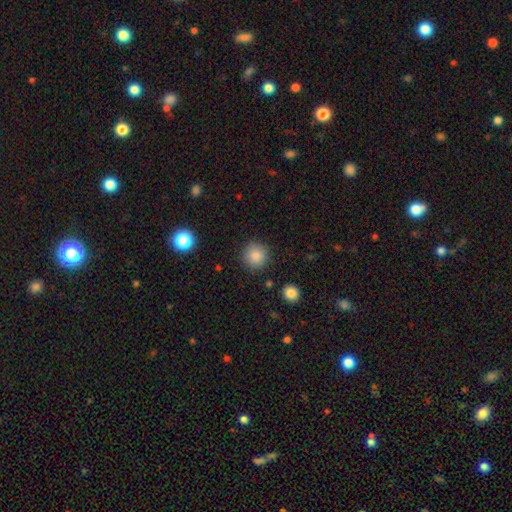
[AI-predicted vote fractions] Smooth or featured?
  - smooth: 86% *
  - star or artifact: 10%
  - featured or disk: 5%
How rounded?
  - round: 94% *
  - in between: 5%
  - cigar-shaped: 1%
Merging?
  - none: 90% *
  - minor disturbance: 6%
  - major disturbance: 2%
  - merger: 2%